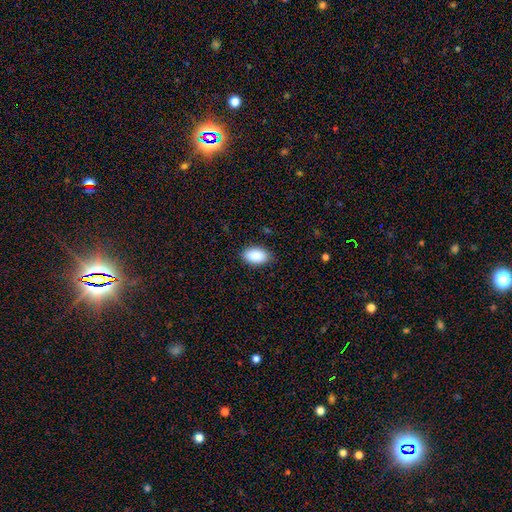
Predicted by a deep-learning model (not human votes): Smooth or featured? Predicted: smooth (p=0.90). How rounded? Predicted: in between (p=0.94). Merging? Predicted: none (p=0.87).